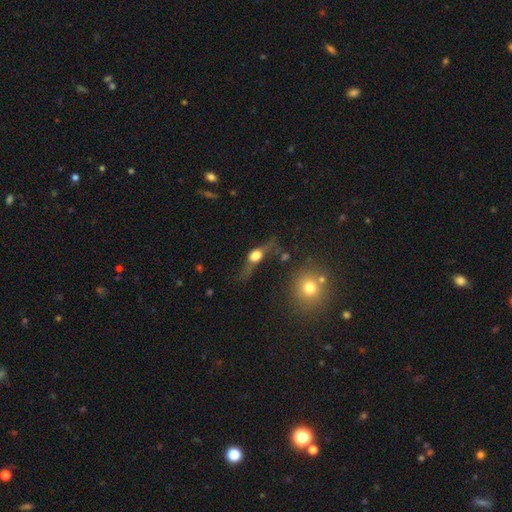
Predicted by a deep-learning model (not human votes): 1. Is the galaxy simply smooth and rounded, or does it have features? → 45% smooth, 42% featured or disk, 14% star or artifact.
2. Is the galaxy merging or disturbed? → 40% none, 31% major disturbance, 21% minor disturbance, 8% merger.